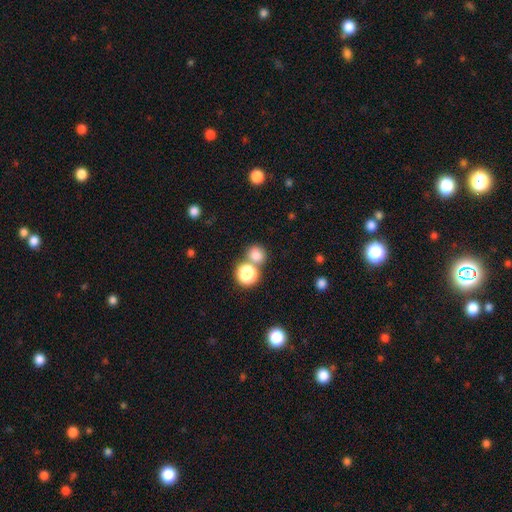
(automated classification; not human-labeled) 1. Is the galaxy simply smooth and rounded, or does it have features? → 79% smooth, 15% star or artifact, 6% featured or disk.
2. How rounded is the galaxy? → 81% round, 18% in between, 1% cigar-shaped.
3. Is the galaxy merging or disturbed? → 58% none, 31% merger, 8% minor disturbance, 3% major disturbance.